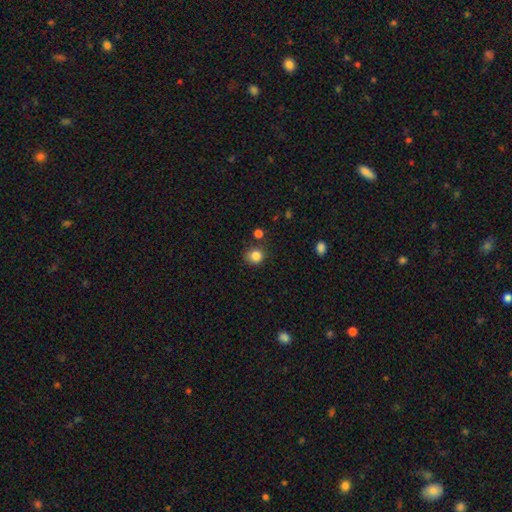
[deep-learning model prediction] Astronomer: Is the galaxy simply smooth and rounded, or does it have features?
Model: smooth — 84%.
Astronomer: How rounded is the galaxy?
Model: round — 82%.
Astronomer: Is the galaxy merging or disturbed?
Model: none — 74%.